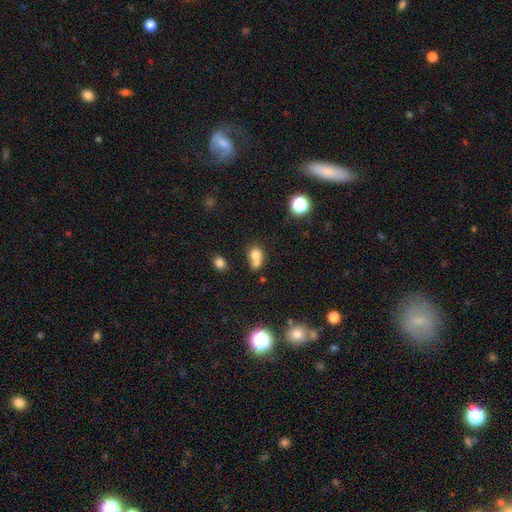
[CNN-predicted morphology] smooth_or_featured: smooth (p=0.72) [alt: featured or disk p=0.14]
how_rounded: round (p=0.61) [alt: in between p=0.38]
merging: merger (p=0.56) [alt: none p=0.28]